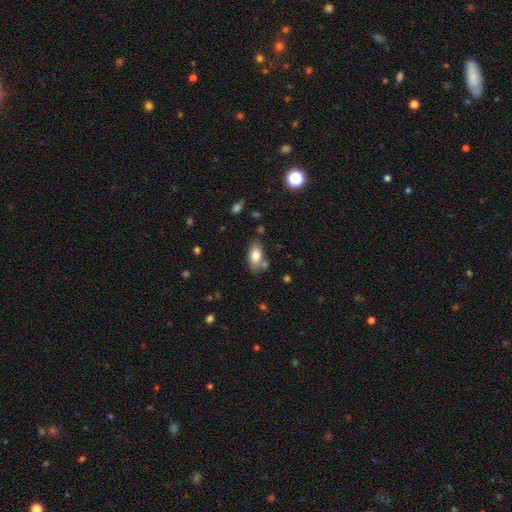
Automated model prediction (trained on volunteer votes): This is likely a smooth galaxy (79%). How rounded: clearly in between (91%). Merging: likely none (68%).